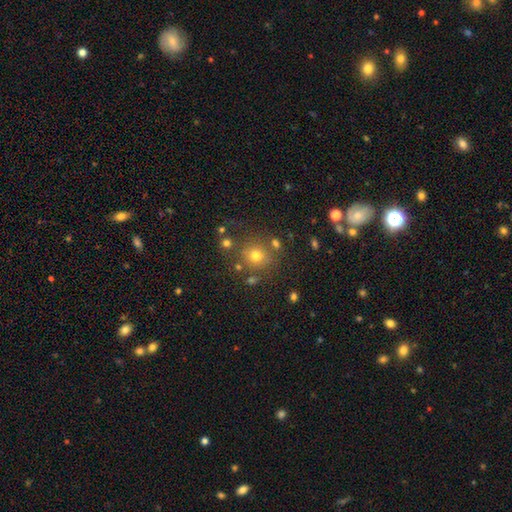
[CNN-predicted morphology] A smooth galaxy with no disk features (71%) that is round (87%).

Vote fractions:
- Smooth or featured? smooth: 71% / star or artifact: 19% / featured or disk: 11%
- How rounded? round: 87% / in between: 12% / cigar-shaped: 1%
- Merging? none: 76% / minor disturbance: 11% / merger: 8% / major disturbance: 5%